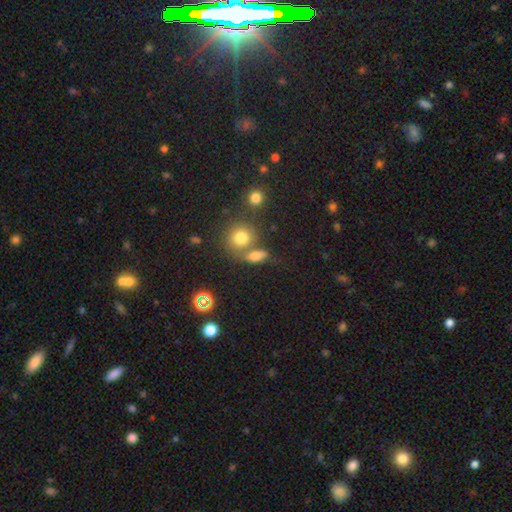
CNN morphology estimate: Smooth or featured: smooth — 71% (star or artifact — 16%)
How rounded: in between — 60% (round — 31%)
Merging: none — 49% (merger — 31%)